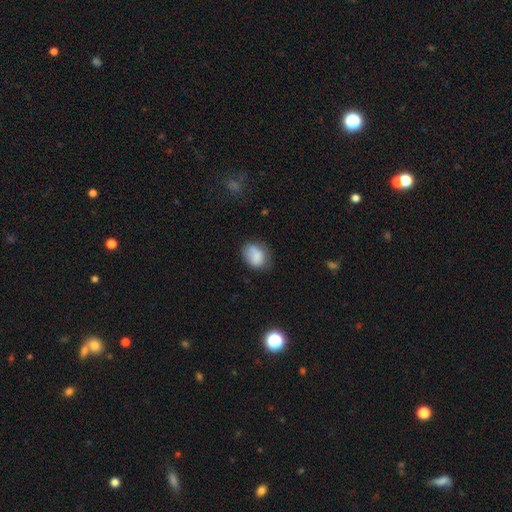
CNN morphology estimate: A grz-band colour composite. It shows a smooth galaxy with no disk features (81%) that is in between round and cigar-shaped (61%). Merging: none (60%).